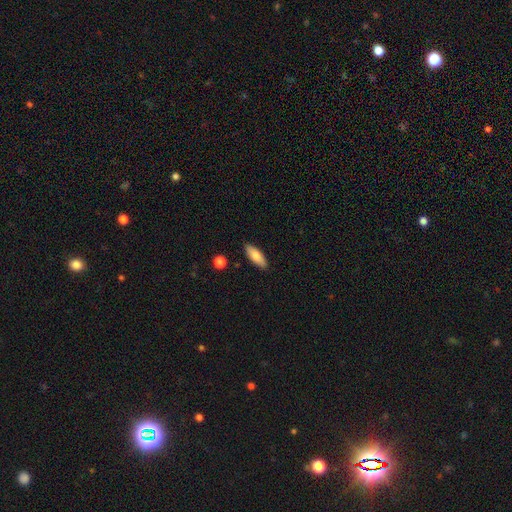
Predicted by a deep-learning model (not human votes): Smooth or featured: smooth — 82% (featured or disk — 12%)
How rounded: in between — 68% (cigar-shaped — 30%)
Merging: none — 88% (minor disturbance — 9%)